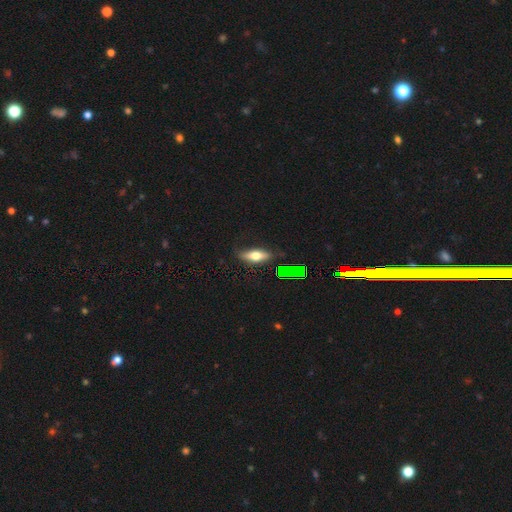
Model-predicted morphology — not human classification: This appears to be a smooth galaxy with no disk features (54%) that is in between round and cigar-shaped (57%). Merging: none (79%).